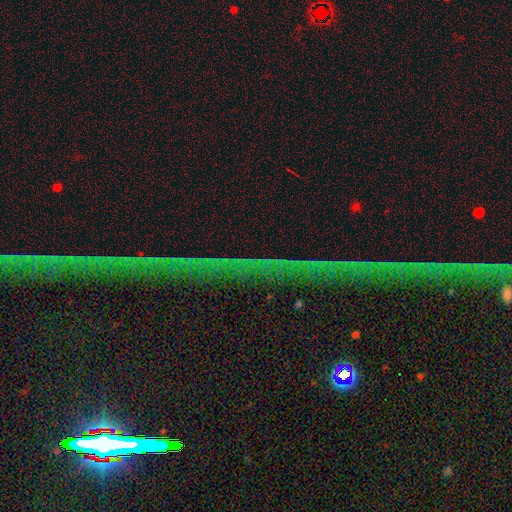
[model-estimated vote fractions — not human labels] Smooth or featured? star or artifact (79%)